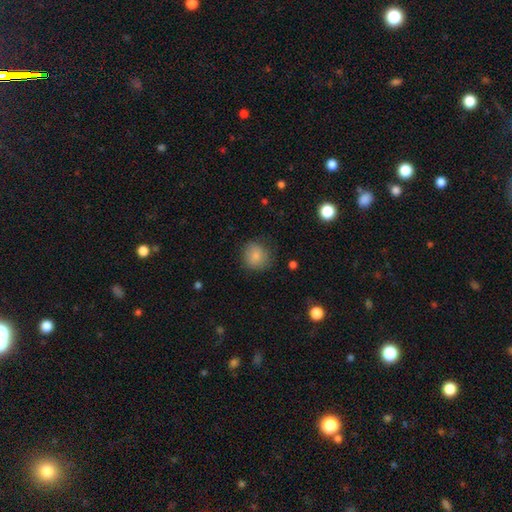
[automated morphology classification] smooth 83%, star or artifact 9%, featured or disk 8%. Down the decision tree: how rounded — round (85%); merging — none (78%).